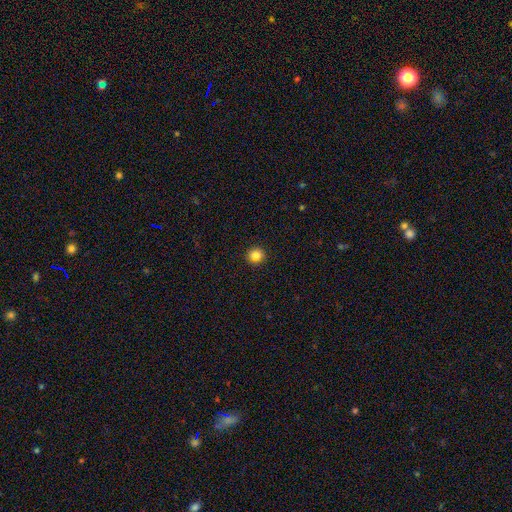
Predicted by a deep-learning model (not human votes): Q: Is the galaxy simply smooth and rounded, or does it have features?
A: smooth — 83%.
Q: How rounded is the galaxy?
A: round — 87%.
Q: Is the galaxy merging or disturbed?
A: none — 90%.